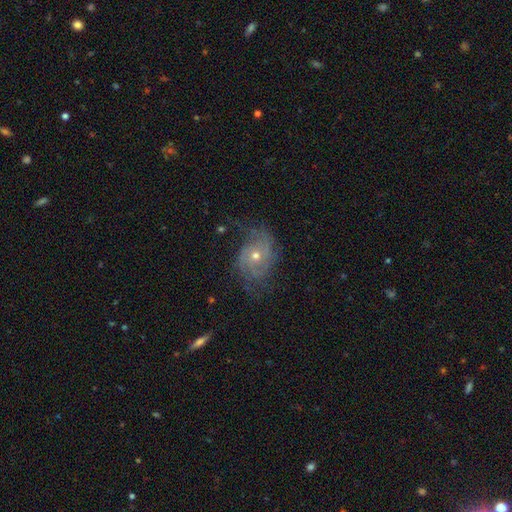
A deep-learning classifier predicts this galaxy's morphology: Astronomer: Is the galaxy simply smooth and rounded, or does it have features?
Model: featured or disk — 80%.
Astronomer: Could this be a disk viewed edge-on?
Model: no — 96%.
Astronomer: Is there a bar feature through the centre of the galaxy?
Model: no — 79%.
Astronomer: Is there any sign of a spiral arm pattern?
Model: yes — 92%.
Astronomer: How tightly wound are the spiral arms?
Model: medium — 40% (runner-up: tight, 37%).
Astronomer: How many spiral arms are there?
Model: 2 — 45% (runner-up: can't tell, 22%).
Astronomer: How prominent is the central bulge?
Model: moderate — 48%, tied with small at 48%.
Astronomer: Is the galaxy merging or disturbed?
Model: none — 60%.